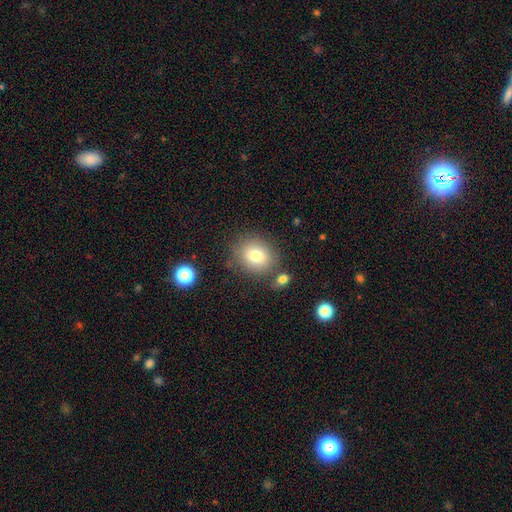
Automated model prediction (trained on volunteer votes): Smooth or featured?
  - smooth: 78% *
  - featured or disk: 11%
  - star or artifact: 11%
How rounded?
  - round: 70% *
  - in between: 29%
  - cigar-shaped: 1%
Merging?
  - none: 75% *
  - minor disturbance: 12%
  - merger: 9%
  - major disturbance: 4%